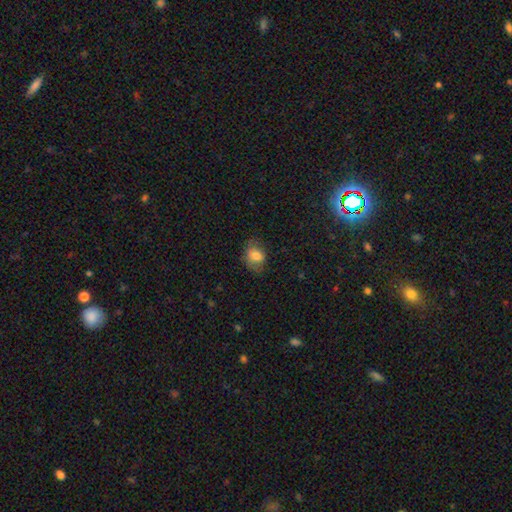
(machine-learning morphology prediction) A smooth galaxy with no disk features (75%) that is in between round and cigar-shaped (64%). Merging: none (66%).